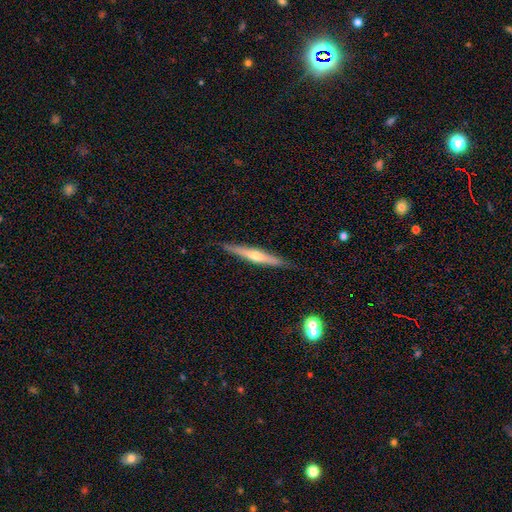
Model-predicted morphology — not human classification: This is likely a featured or disk galaxy (65%). It is clearly viewed edge-on (96%). Edge-on bulge: likely rounded (80%). Merging: clearly none (88%).